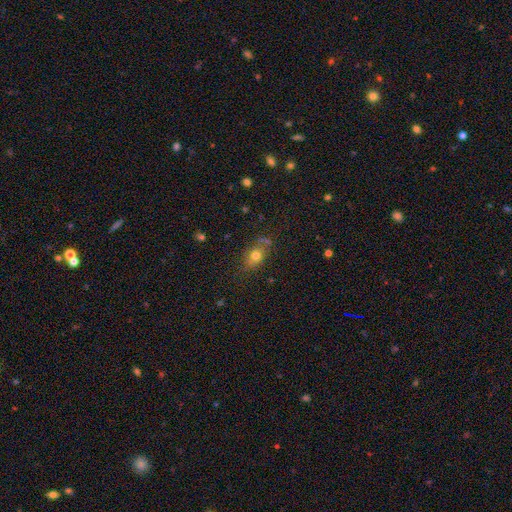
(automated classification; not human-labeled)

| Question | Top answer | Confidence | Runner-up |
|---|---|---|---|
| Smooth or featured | smooth | 72% | featured or disk (14%) |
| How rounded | in between | 57% | round (40%) |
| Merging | none | 68% | minor disturbance (19%) |